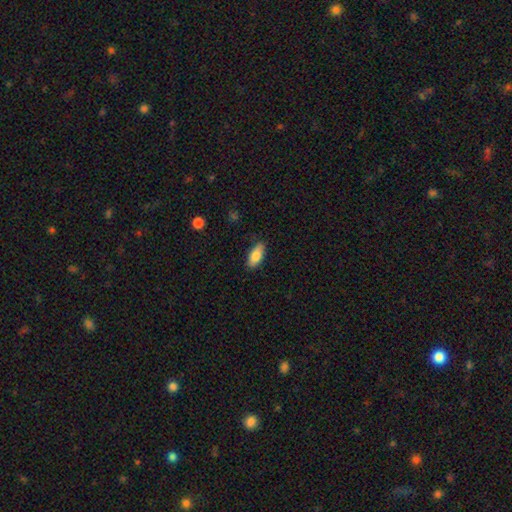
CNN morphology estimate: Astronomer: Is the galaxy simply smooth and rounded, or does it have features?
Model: smooth — 82%.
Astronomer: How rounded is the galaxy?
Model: in between — 84%.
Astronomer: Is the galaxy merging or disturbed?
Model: none — 84%.